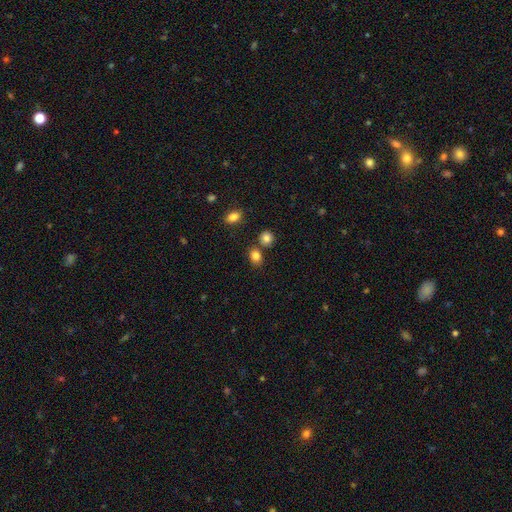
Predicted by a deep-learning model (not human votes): Smooth or featured: smooth — 83% (star or artifact — 11%)
How rounded: round — 53% (in between — 46%)
Merging: none — 71% (merger — 15%)